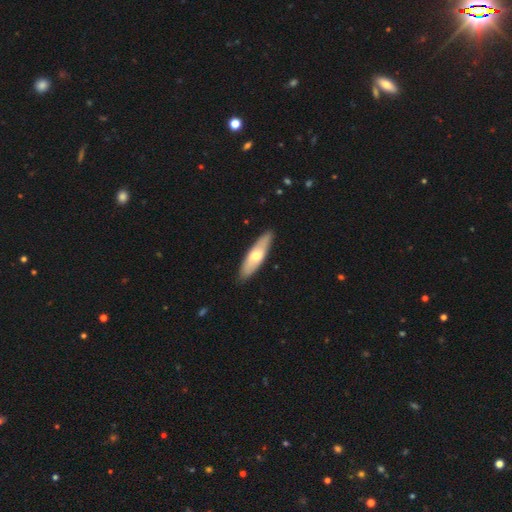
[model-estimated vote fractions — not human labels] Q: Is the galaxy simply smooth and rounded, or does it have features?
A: smooth — 55%.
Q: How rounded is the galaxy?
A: cigar-shaped — 60%.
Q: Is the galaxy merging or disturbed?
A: none — 88%.